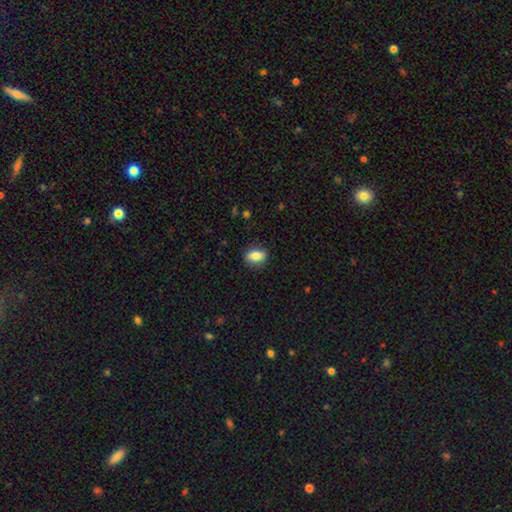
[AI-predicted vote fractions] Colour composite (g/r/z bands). It shows a smooth galaxy with no disk features (81%) that is in between round and cigar-shaped (76%). Merging: none (85%).